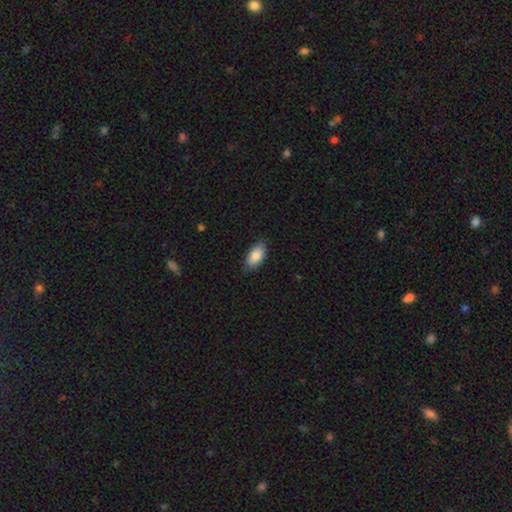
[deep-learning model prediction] The model was most divided on "merging": none: 83%, minor disturbance: 13%, major disturbance: 2%, merger: 1%. More confident: how rounded — in between (92%); smooth or featured — smooth (86%).